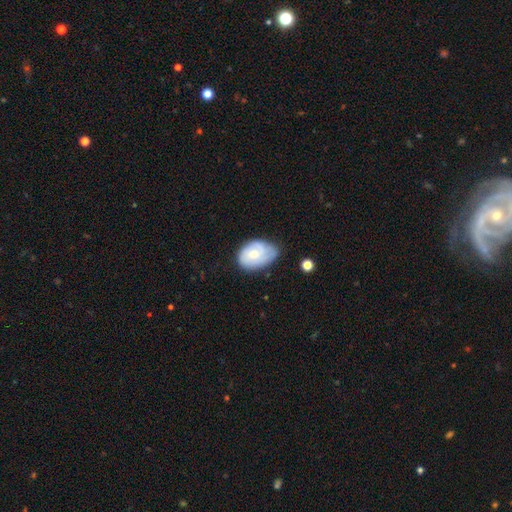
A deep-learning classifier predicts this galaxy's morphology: A smooth galaxy with no disk features (47%). Merging: none (47%).